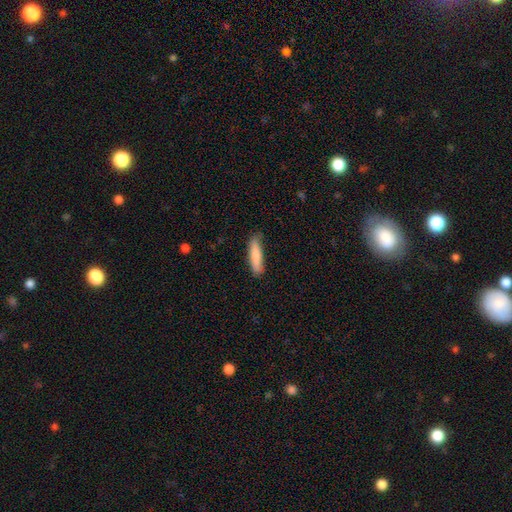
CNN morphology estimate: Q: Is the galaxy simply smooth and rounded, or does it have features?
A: smooth — 85%.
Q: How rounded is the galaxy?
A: cigar-shaped — 79%.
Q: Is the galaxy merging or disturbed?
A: none — 77%.